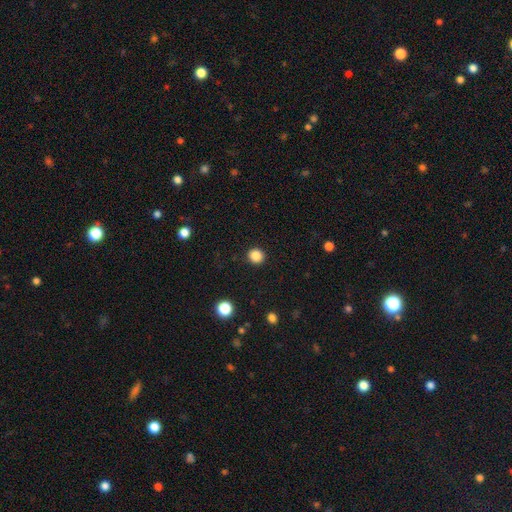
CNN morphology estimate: smooth-or-featured: smooth: 85% | star or artifact: 11% | featured or disk: 3%
  how-rounded: round: 93% | in between: 6% | cigar-shaped: 1%
  merging: none: 92% | minor disturbance: 5% | major disturbance: 2% | merger: 1%